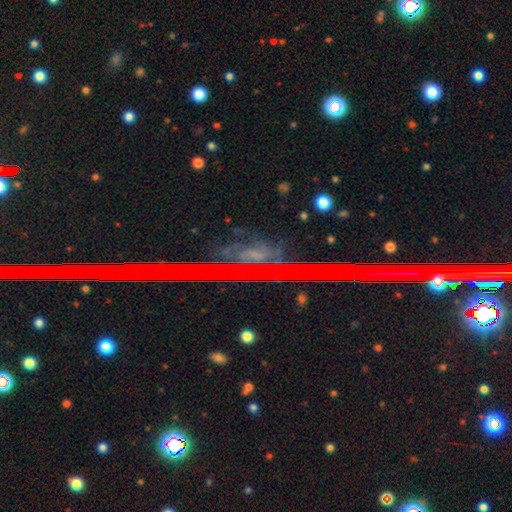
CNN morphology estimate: The model was most divided on "smooth or featured": star or artifact: 70%, featured or disk: 19%, smooth: 11%.